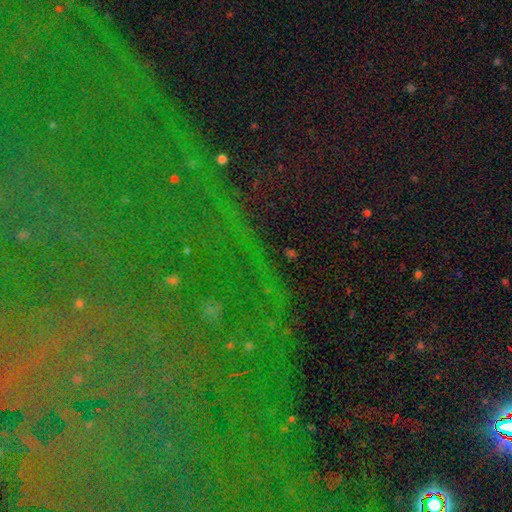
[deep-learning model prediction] This appears to be a star or artifact, not a galaxy (80%).